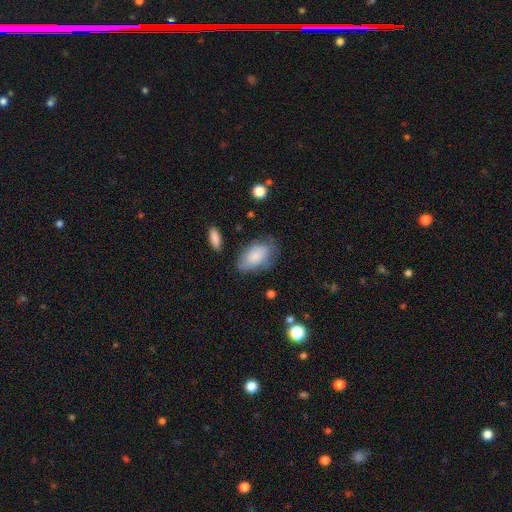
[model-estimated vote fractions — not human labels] This is clearly a smooth galaxy (80%). How rounded: clearly in between (93%). Merging: likely none (63%).